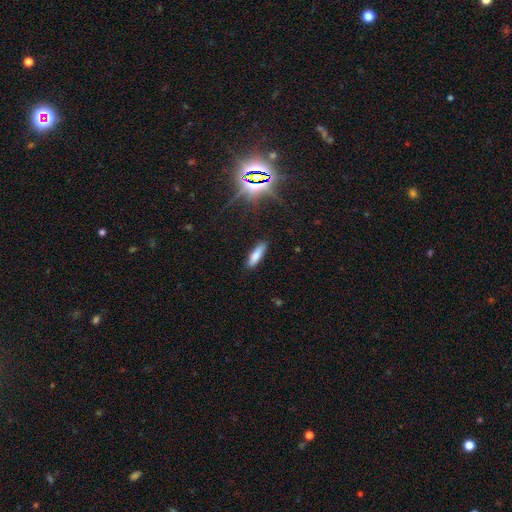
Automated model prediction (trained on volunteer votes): smooth_or_featured: smooth (p=0.77) [alt: star or artifact p=0.12]
how_rounded: cigar-shaped (p=0.61) [alt: in between p=0.37]
merging: none (p=0.87) [alt: minor disturbance p=0.09]